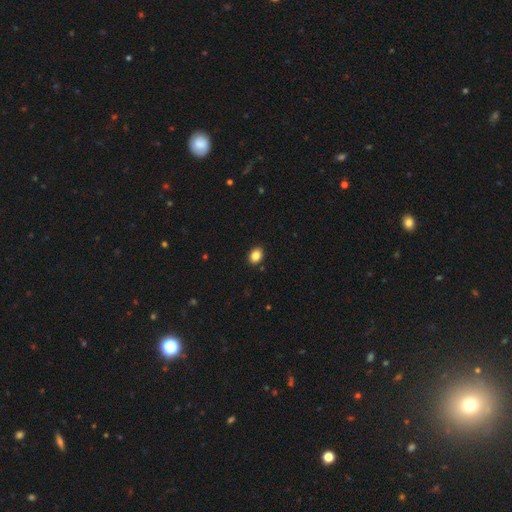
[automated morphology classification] This is clearly a smooth galaxy (85%). How rounded: likely in between (64%). Merging: clearly none (91%).